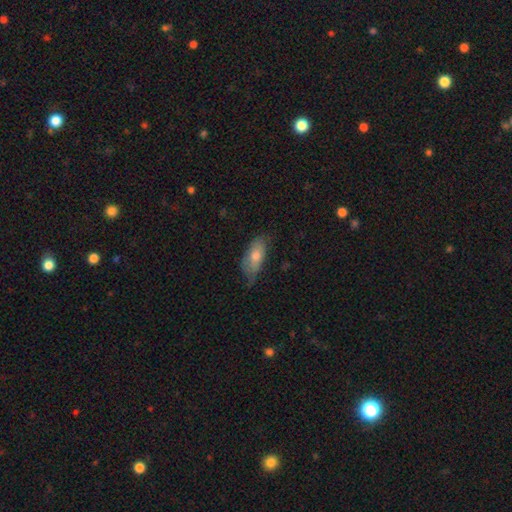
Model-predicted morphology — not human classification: Smooth or featured? Predicted: smooth (p=0.66). How rounded? Predicted: in between (p=0.83). Merging? Predicted: none (p=0.55).